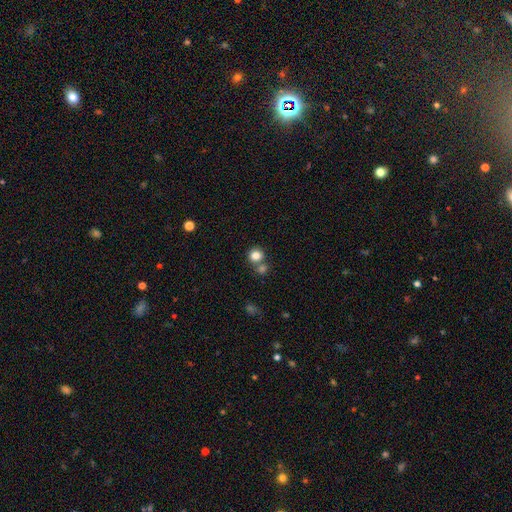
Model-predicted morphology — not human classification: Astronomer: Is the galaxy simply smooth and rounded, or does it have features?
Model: smooth — 82%.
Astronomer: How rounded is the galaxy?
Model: round — 88%.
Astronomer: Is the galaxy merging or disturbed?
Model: none — 61%.